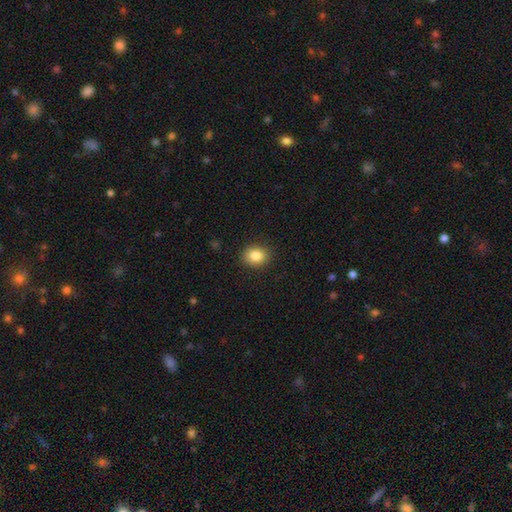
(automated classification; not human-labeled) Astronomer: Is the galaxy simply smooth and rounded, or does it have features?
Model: smooth — 85%.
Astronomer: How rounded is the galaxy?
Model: round — 57% (runner-up: in between, 42%).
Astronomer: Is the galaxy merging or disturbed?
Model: none — 89%.